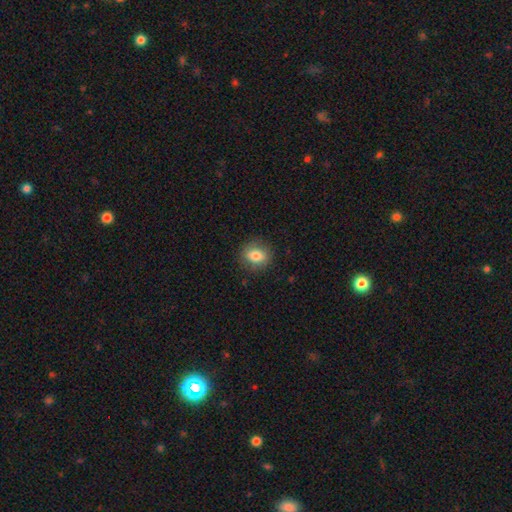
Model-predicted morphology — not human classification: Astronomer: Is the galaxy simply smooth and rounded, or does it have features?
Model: smooth — 79%.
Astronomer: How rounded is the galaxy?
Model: round — 53% (runner-up: in between, 45%).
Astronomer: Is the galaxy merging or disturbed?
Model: none — 85%.